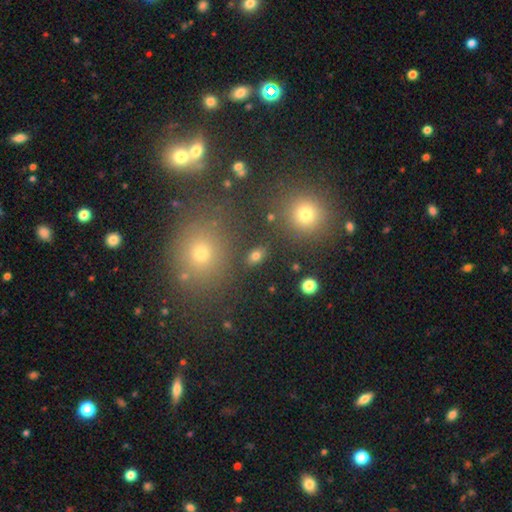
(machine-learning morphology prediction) Smooth or featured: smooth — 77% (star or artifact — 15%)
How rounded: in between — 81% (round — 16%)
Merging: none — 85% (minor disturbance — 8%)